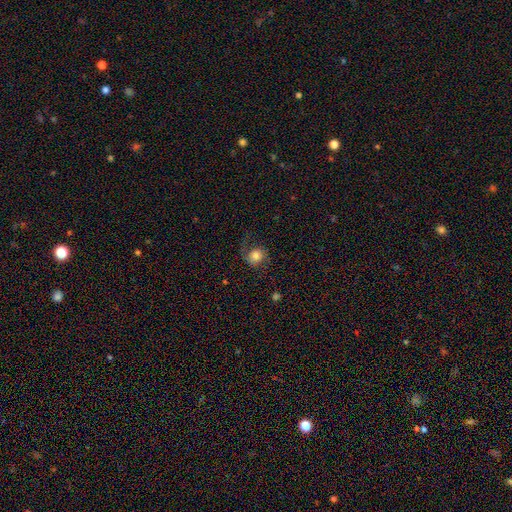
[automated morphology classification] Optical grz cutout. It shows a smooth galaxy with no disk features (61%) that is round (78%). Merging: none (60%).